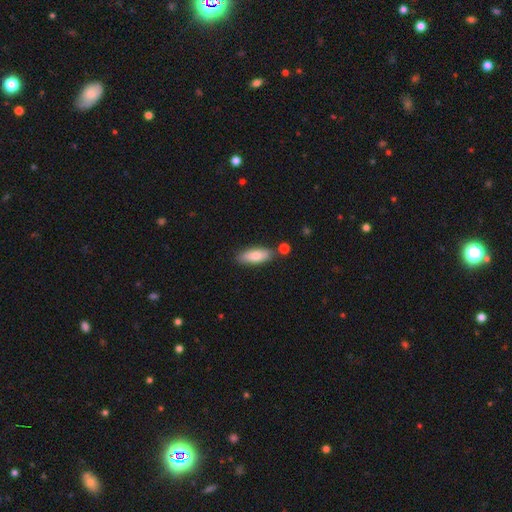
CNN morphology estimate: Smooth or featured: smooth — 77% (featured or disk — 16%)
How rounded: in between — 73% (cigar-shaped — 25%)
Merging: none — 79% (minor disturbance — 12%)